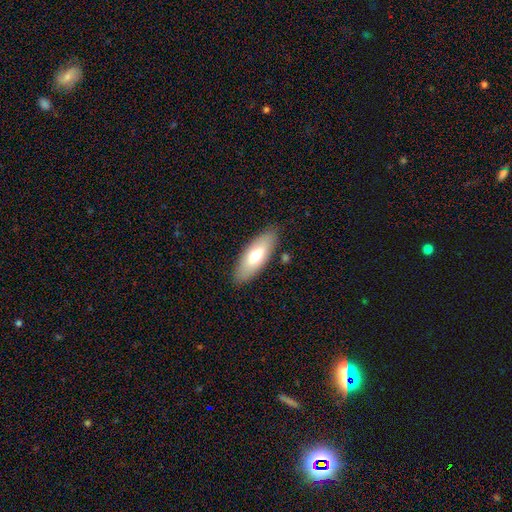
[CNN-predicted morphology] type=smooth (67%); roundness=in between (72%); merging=none (86%).